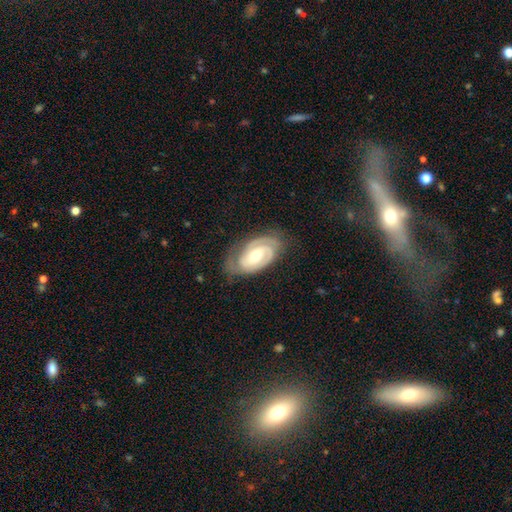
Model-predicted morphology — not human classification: This is clearly a featured or disk galaxy (86%). It is clearly not viewed edge-on (96%). Bar: marginally weak (42%). Spiral arm pattern: clearly yes (96%). Spiral arm count: likely 2 (73%). Spiral winding: likely tight (65%). Central bulge: likely moderate (65%). Merging: likely none (72%).